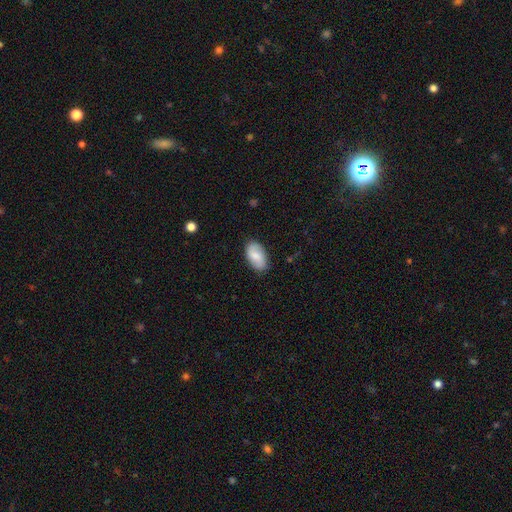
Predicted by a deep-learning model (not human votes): smooth_or_featured: smooth (p=0.68) [alt: featured or disk p=0.26]
how_rounded: in between (p=0.94) [alt: round p=0.04]
merging: none (p=0.81) [alt: minor disturbance p=0.14]